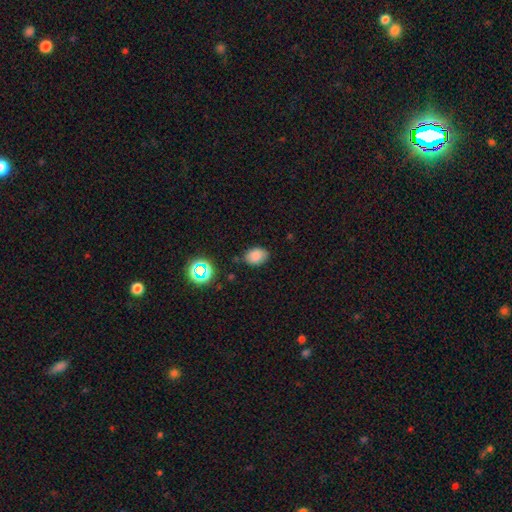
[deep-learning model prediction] A smooth galaxy with no disk features (81%) that is in between round and cigar-shaped (77%). Merging: none (80%).